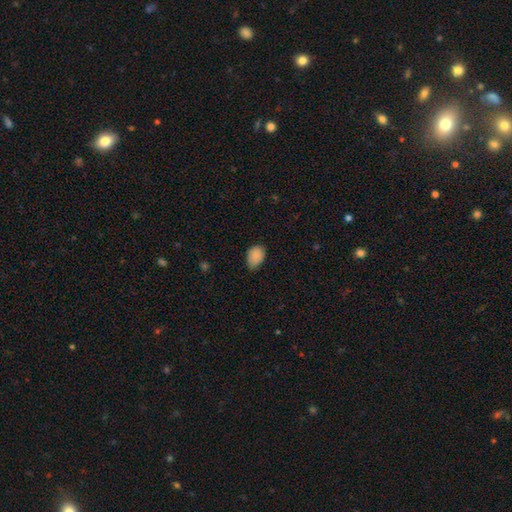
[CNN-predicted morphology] Smooth or featured? Predicted: smooth (p=0.87). How rounded? Predicted: in between (p=0.78). Merging? Predicted: none (p=0.56).